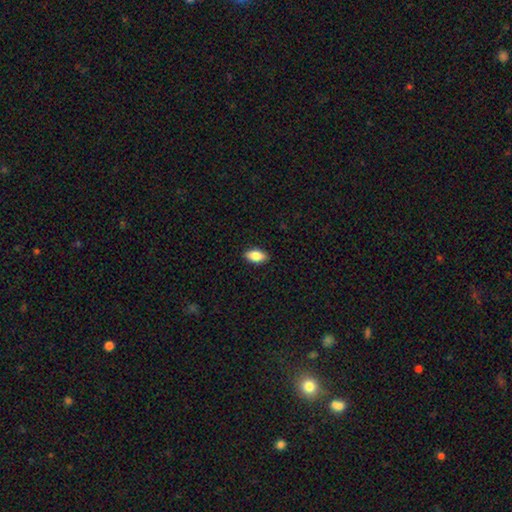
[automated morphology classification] This appears to be a smooth galaxy with no disk features (86%) that is in between round and cigar-shaped (92%). Merging: none (89%).